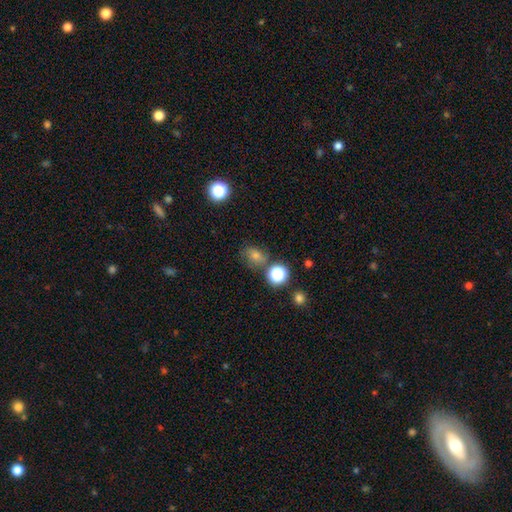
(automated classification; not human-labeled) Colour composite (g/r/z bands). It shows a smooth galaxy with no disk features (60%) that is round (54%). Merging: none (67%).